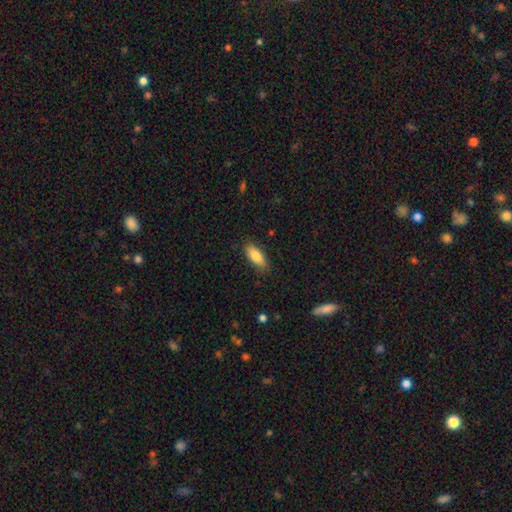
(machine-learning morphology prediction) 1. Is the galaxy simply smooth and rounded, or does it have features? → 83% smooth, 11% featured or disk, 7% star or artifact.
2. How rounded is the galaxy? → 78% in between, 20% cigar-shaped, 2% round.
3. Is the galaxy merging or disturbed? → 84% none, 12% minor disturbance, 2% major disturbance, 1% merger.